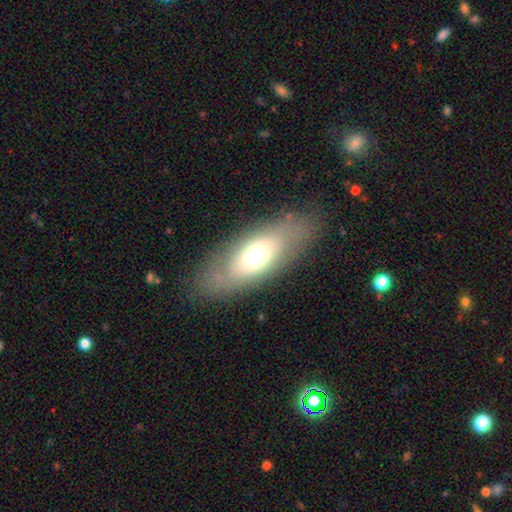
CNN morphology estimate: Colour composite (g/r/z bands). It shows a smooth galaxy with no disk features (53%) that is in between round and cigar-shaped (77%). Merging: none (81%).